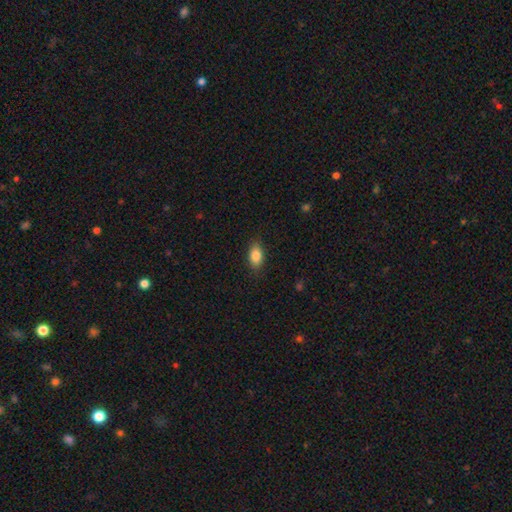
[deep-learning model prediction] Smooth or featured? smooth (86%)
How rounded? in between (88%)
Merging? none (84%)